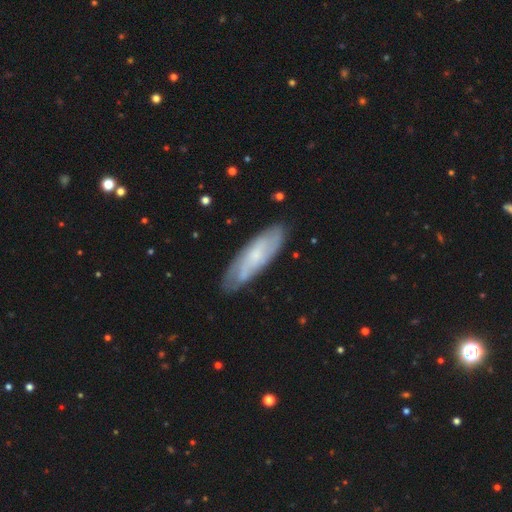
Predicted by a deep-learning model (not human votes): This is possibly a featured or disk galaxy (51%). It is likely not viewed edge-on (73%). Merging: likely none (79%).